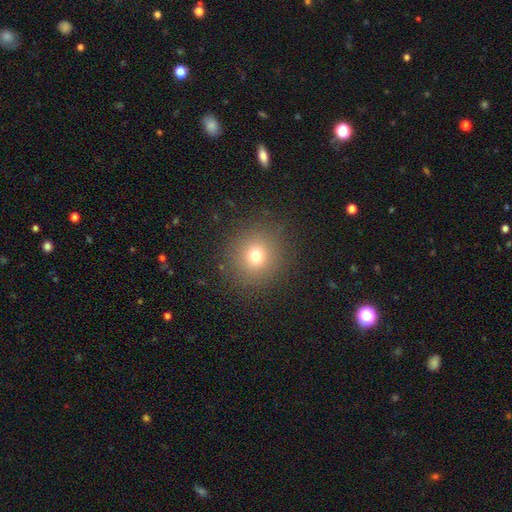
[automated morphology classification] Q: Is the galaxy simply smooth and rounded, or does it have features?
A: smooth — 71%.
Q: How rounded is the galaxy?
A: round — 90%.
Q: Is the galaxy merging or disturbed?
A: none — 88%.